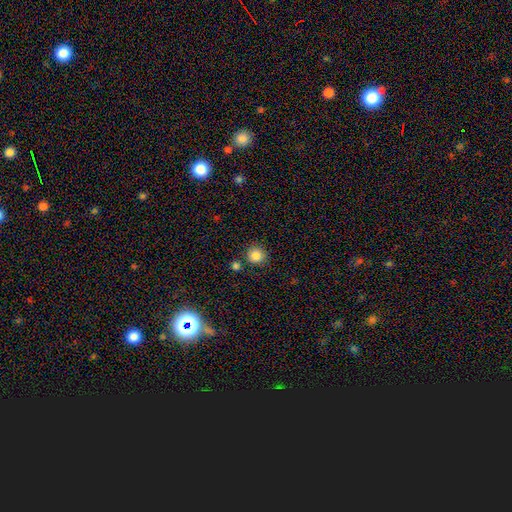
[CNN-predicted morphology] Smooth or featured? smooth (85%)
How rounded? round (93%)
Merging? none (82%)